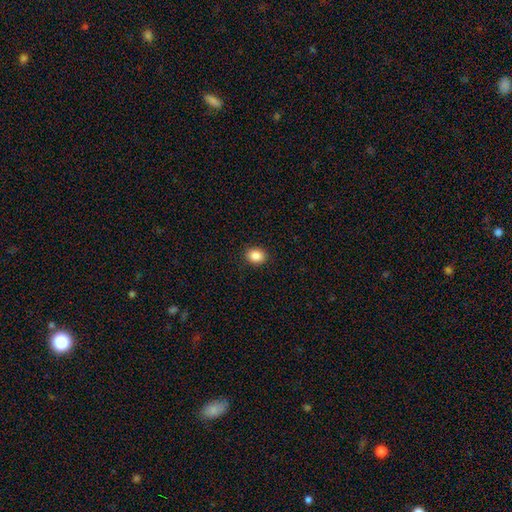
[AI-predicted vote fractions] The model was most divided on "how rounded": round: 51%, in between: 48%, cigar-shaped: 1%. More confident: merging — none (91%); smooth or featured — smooth (88%).